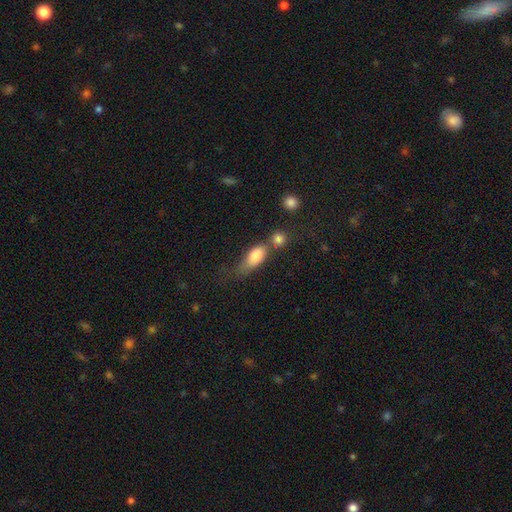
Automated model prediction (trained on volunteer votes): This appears to be a smooth galaxy with no disk features (79%) that is in between round and cigar-shaped (78%). Merging: merger (38%).